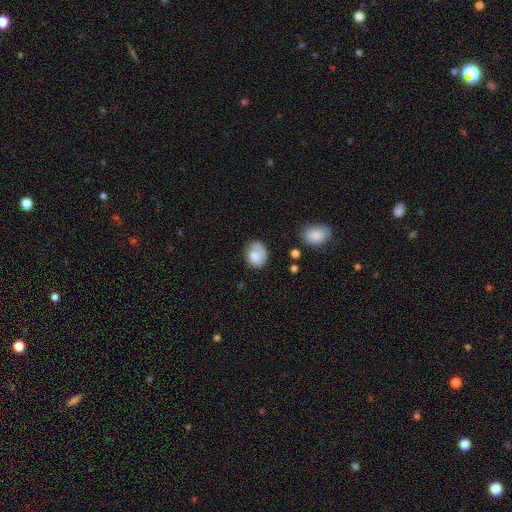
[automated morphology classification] smooth-or-featured: smooth: 74% | featured or disk: 18% | star or artifact: 8%
  how-rounded: in between: 54% | round: 45% | cigar-shaped: 1%
  merging: none: 54% | minor disturbance: 28% | major disturbance: 12% | merger: 5%